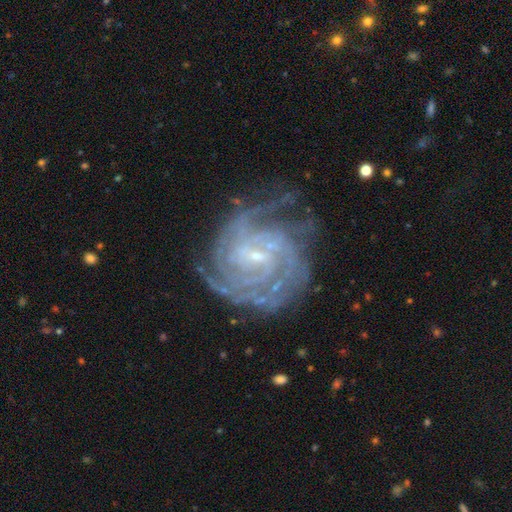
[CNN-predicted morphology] Smooth or featured? Predicted: featured or disk (p=0.89). Edge-on disk? Predicted: no (p=0.98). Bar? Predicted: weak (p=0.49). Spiral arms? Predicted: yes (p=0.97). Spiral winding? Predicted: tight (p=0.72). Spiral arm count? Predicted: can't tell (p=0.26). Bulge size? Predicted: small (p=0.82). Merging? Predicted: none (p=0.67).